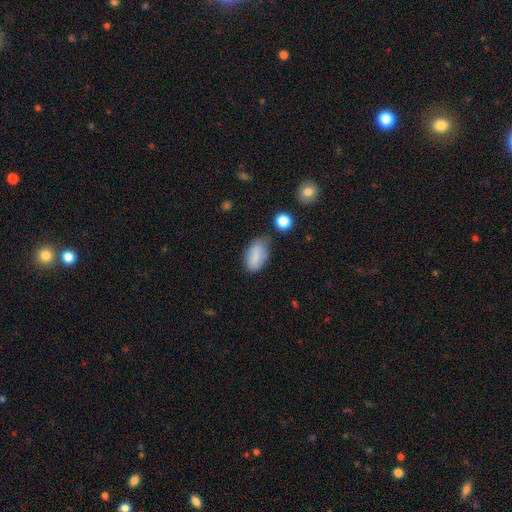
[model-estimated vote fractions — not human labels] smooth 81%, featured or disk 11%, star or artifact 8%. Down the decision tree: how rounded — in between (92%); merging — none (59%).